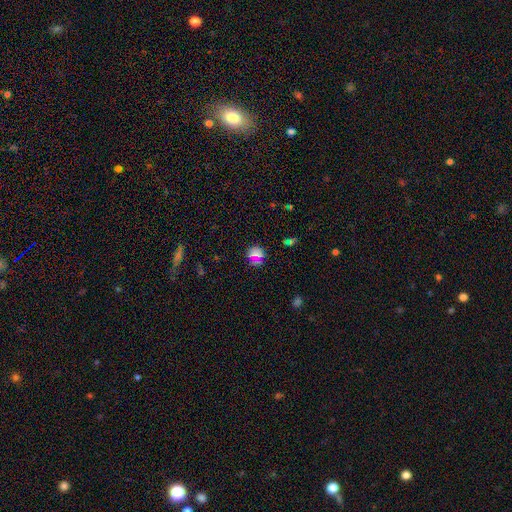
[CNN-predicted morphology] smooth-or-featured: smooth: 63% | star or artifact: 29% | featured or disk: 8%
  how-rounded: round: 85% | in between: 13% | cigar-shaped: 2%
  merging: none: 81% | minor disturbance: 11% | major disturbance: 4% | merger: 4%